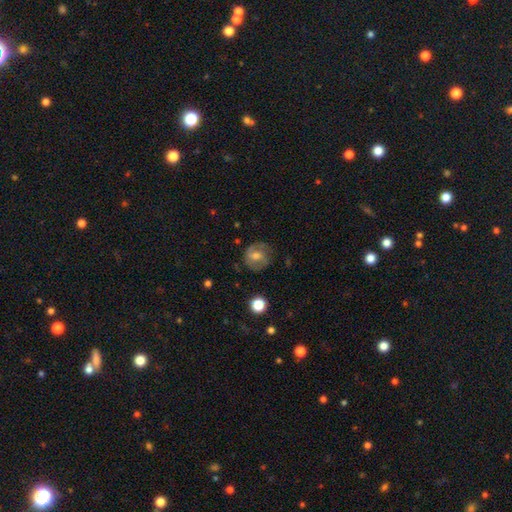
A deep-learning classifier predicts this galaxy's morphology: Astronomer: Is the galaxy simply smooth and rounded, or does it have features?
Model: smooth — 46% (runner-up: featured or disk, 45%).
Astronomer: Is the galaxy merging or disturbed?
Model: none — 71%.